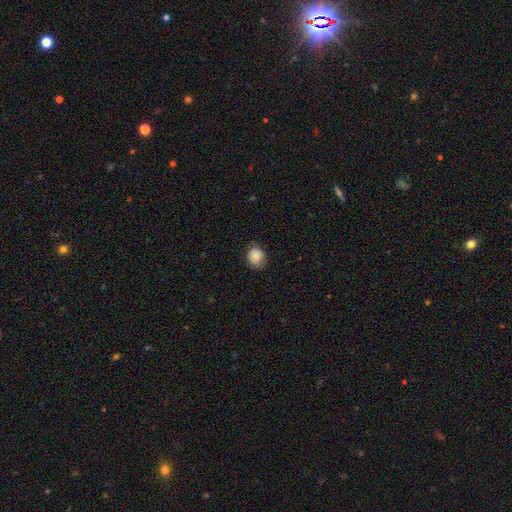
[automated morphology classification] Overall: smooth (79%). How rounded: round (70%). Merging: none (76%).